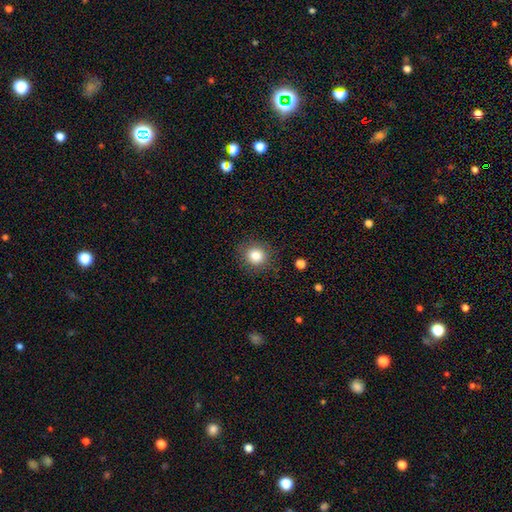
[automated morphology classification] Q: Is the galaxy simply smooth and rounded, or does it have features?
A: smooth — 83%.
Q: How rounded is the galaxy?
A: round — 86%.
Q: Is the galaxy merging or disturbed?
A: none — 87%.